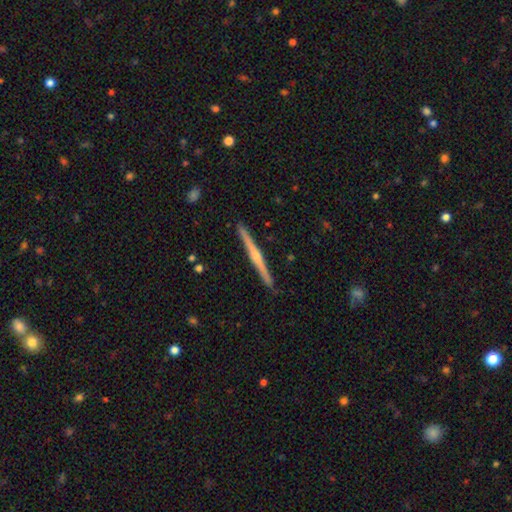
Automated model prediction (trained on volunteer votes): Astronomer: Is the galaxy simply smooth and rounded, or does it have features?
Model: featured or disk — 74%.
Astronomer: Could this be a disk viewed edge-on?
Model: yes — 99%.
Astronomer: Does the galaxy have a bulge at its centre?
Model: rounded — 73%.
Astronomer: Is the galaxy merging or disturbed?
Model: none — 92%.